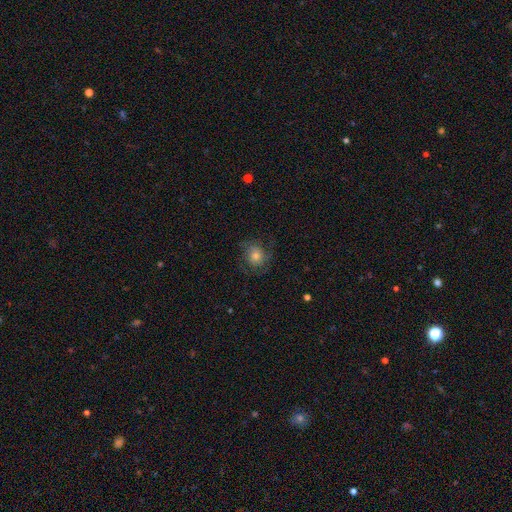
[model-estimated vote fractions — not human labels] This appears to be a featured or disk galaxy (50%). Merging: none (70%).